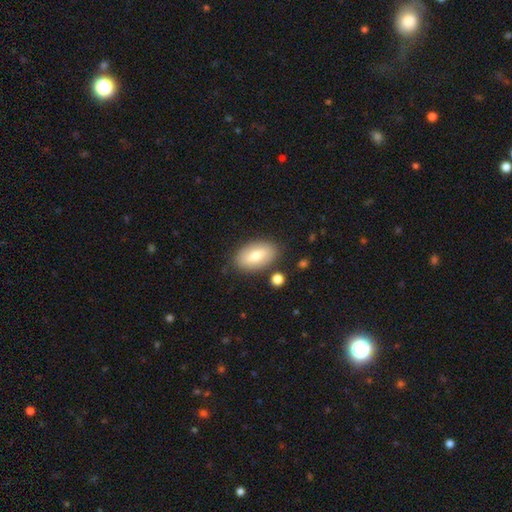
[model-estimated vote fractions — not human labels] A smooth galaxy with no disk features (70%) that is in between round and cigar-shaped (93%).

Vote fractions:
- Smooth or featured? smooth: 70% / featured or disk: 23% / star or artifact: 7%
- How rounded? in between: 93% / round: 5% / cigar-shaped: 3%
- Merging? none: 84% / minor disturbance: 10% / merger: 3% / major disturbance: 3%